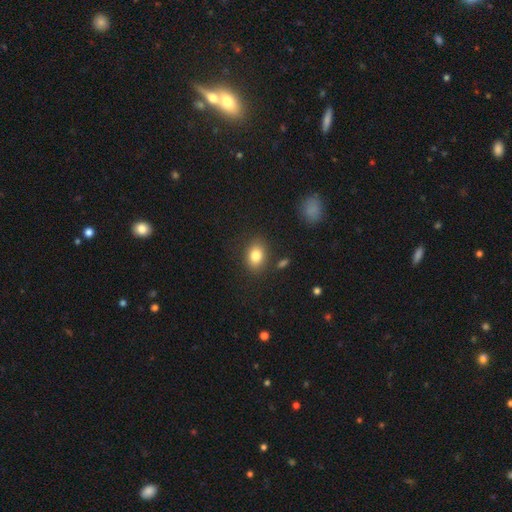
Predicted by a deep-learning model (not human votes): This appears to be a smooth galaxy with no disk features (82%) that is in between round and cigar-shaped (66%). Merging: none (84%).